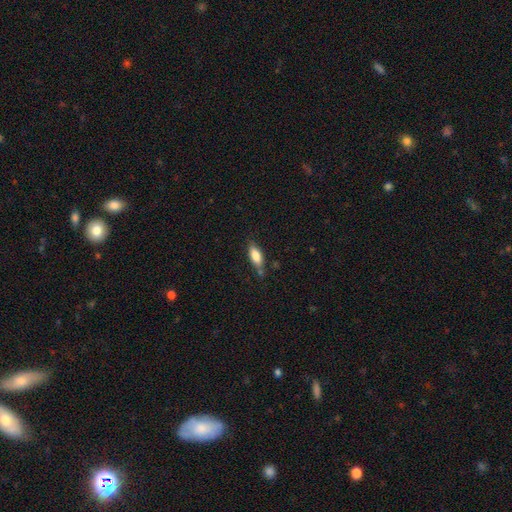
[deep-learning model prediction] Smooth or featured?
  - smooth: 78% *
  - featured or disk: 15%
  - star or artifact: 7%
How rounded?
  - in between: 72% *
  - cigar-shaped: 26%
  - round: 2%
Merging?
  - none: 69% *
  - minor disturbance: 21%
  - merger: 5%
  - major disturbance: 5%